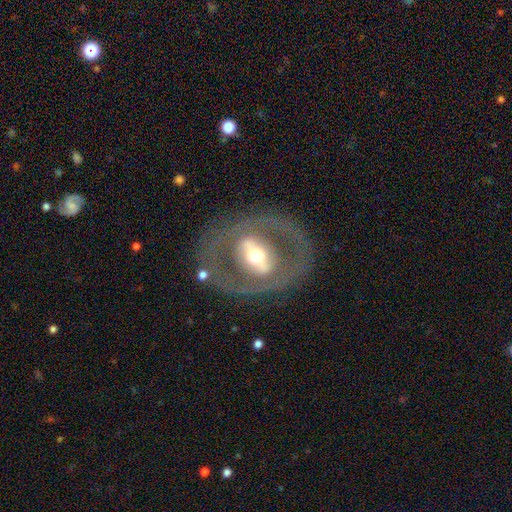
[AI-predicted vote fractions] This appears to be a featured or disk galaxy (72%) with a strong bar (49%), no spiral arms (77%) and a moderate central bulge (63%). Merging: none (74%).